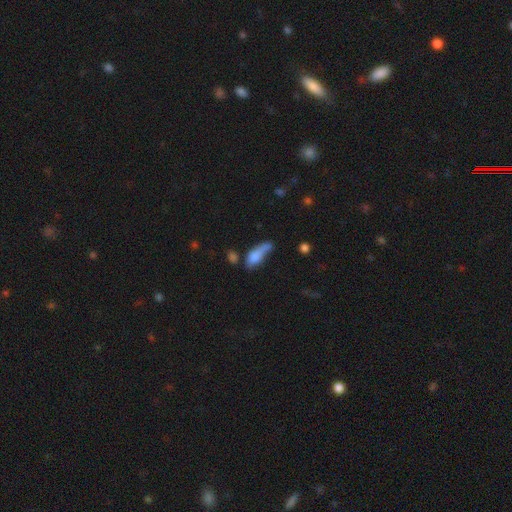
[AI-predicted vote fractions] smooth 72%, featured or disk 19%, star or artifact 9%. Down the decision tree: how rounded — in between (60%); merging — none (28%).